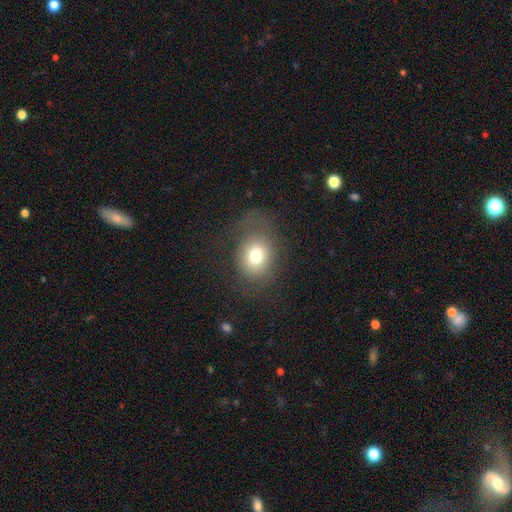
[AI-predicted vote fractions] Smooth or featured? Predicted: smooth (p=0.72). How rounded? Predicted: round (p=0.61). Merging? Predicted: none (p=0.64).